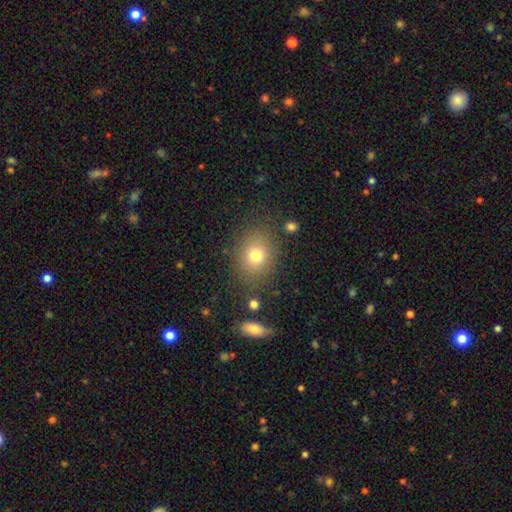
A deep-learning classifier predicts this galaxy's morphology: Smooth or featured? smooth (75%)
How rounded? round (54%)
Merging? none (80%)